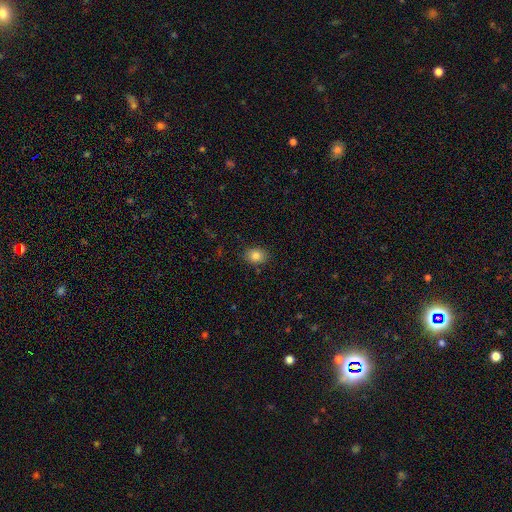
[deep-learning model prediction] smooth 83%, star or artifact 10%, featured or disk 7%. Down the decision tree: how rounded — in between (53%); merging — none (86%).